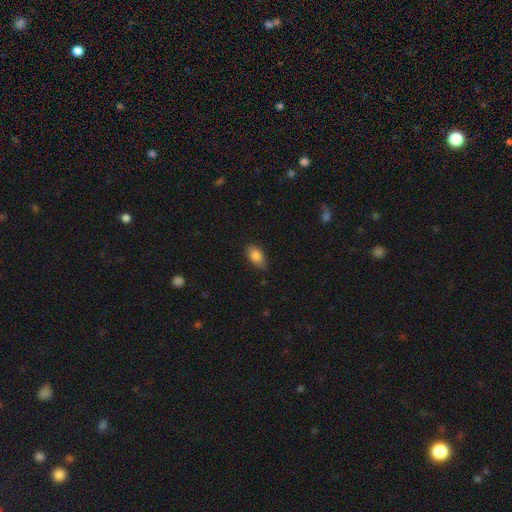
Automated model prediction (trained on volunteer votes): Smooth or featured?
  - smooth: 84% *
  - star or artifact: 8%
  - featured or disk: 8%
How rounded?
  - in between: 89% *
  - round: 7%
  - cigar-shaped: 3%
Merging?
  - none: 74% *
  - minor disturbance: 22%
  - major disturbance: 3%
  - merger: 1%